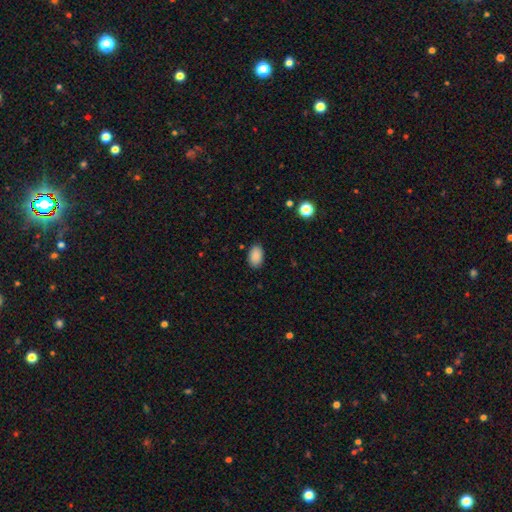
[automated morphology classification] The model was most divided on "merging": none: 88%, minor disturbance: 9%, major disturbance: 2%, merger: 1%. More confident: how rounded — in between (90%); smooth or featured — smooth (89%).